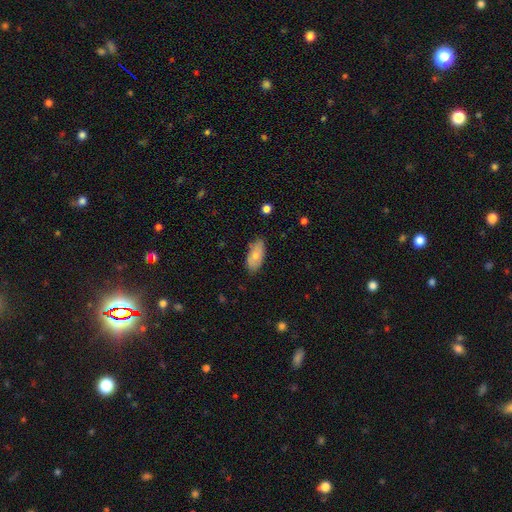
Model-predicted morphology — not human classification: A smooth galaxy with no disk features (68%) that is in between round and cigar-shaped (91%). Merging: none (76%).